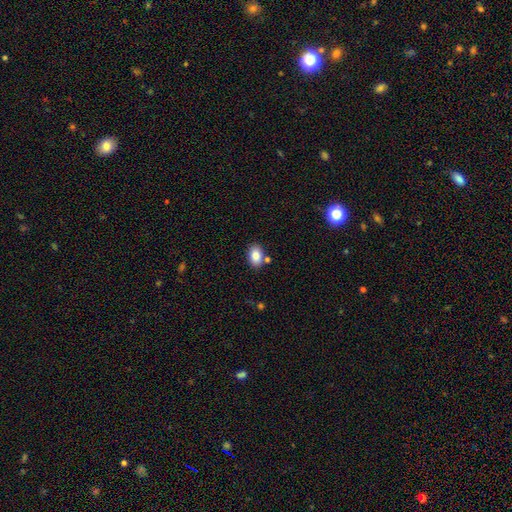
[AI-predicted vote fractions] smooth_or_featured: smooth (p=0.84) [alt: star or artifact p=0.08]
how_rounded: in between (p=0.85) [alt: round p=0.14]
merging: none (p=0.77) [alt: minor disturbance p=0.11]